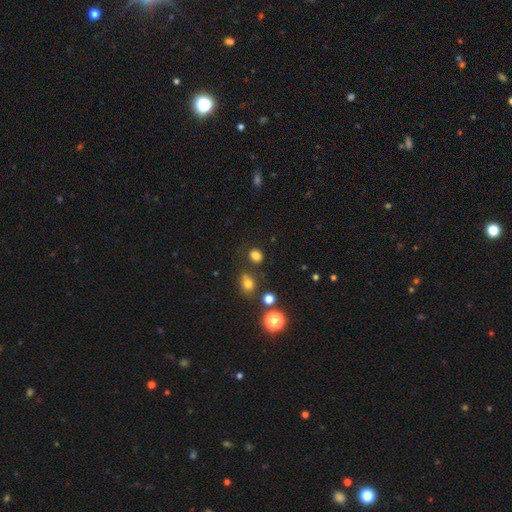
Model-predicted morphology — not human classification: smooth-or-featured: smooth: 78% | star or artifact: 17% | featured or disk: 5%
  how-rounded: round: 64% | in between: 35% | cigar-shaped: 1%
  merging: none: 78% | minor disturbance: 11% | merger: 7% | major disturbance: 4%